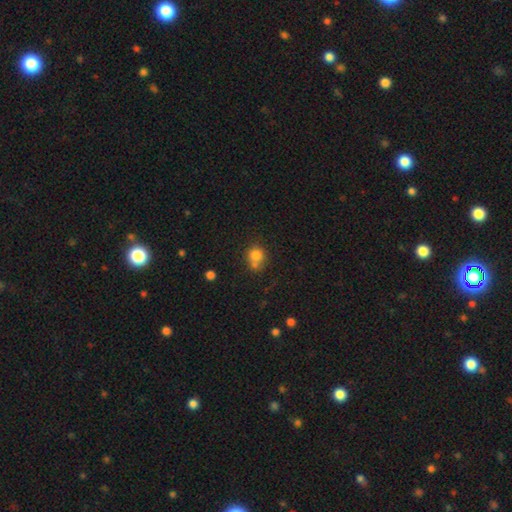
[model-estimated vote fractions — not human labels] smooth-or-featured: smooth: 78% | star or artifact: 12% | featured or disk: 9%
  how-rounded: round: 79% | in between: 20% | cigar-shaped: 1%
  merging: none: 47% | merger: 32% | minor disturbance: 15% | major disturbance: 6%